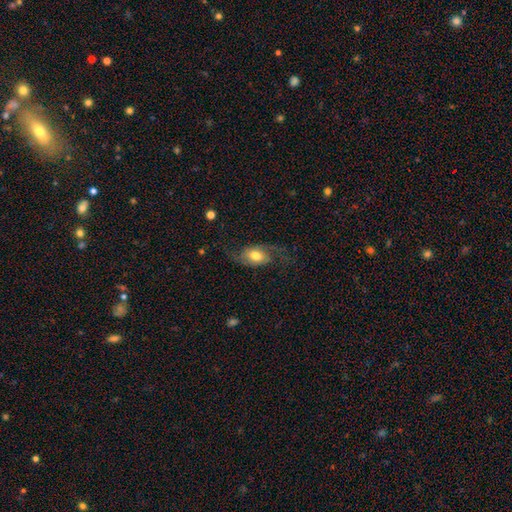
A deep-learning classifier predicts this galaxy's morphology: smooth_or_featured: featured or disk (p=0.63) [alt: smooth p=0.30]
disk_edge_on: no (p=0.94) [alt: yes p=0.06]
bar: no (p=0.59) [alt: weak p=0.31]
has_spiral_arms: yes (p=0.89) [alt: no p=0.11]
spiral_winding: loose (p=0.70) [alt: medium p=0.24]
spiral_arm_count: 2 (p=0.90) [alt: 1 p=0.04]
bulge_size: moderate (p=0.67) [alt: large p=0.17]
merging: none (p=0.61) [alt: major disturbance p=0.19]